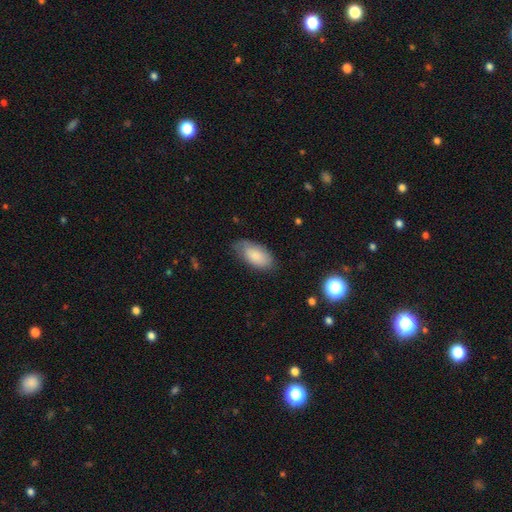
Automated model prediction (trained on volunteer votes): Overall: smooth (82%). How rounded: in between (94%). Merging: none (68%).